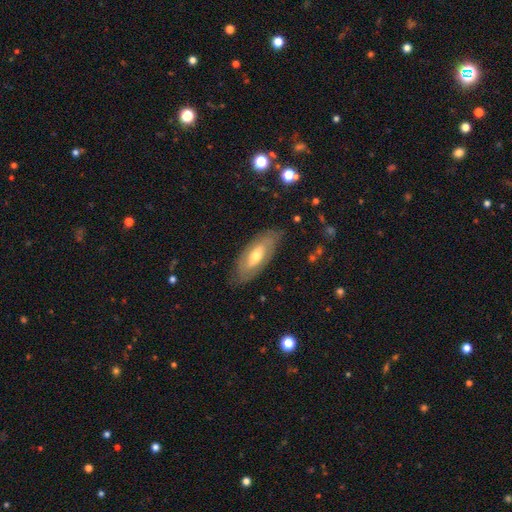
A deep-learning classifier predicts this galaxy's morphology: featured or disk 53%, smooth 41%, star or artifact 6%. Down the decision tree: edge-on disk — no (79%); merging — none (77%).